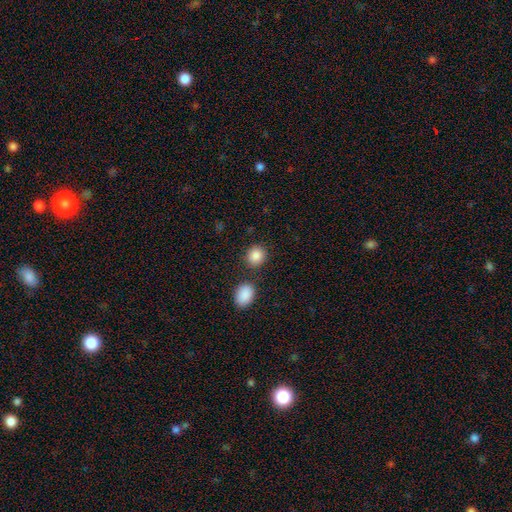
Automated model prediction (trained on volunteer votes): Morphology: type=smooth (87%); roundness=round (79%); merging=none (80%).